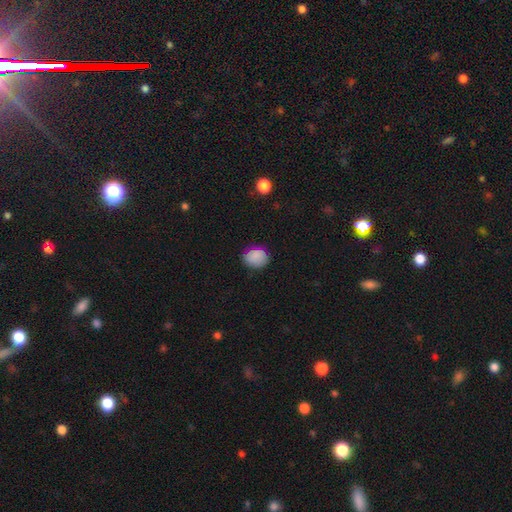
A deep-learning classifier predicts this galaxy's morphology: This is clearly a smooth galaxy (84%). How rounded: likely round (62%). Merging: clearly none (81%).